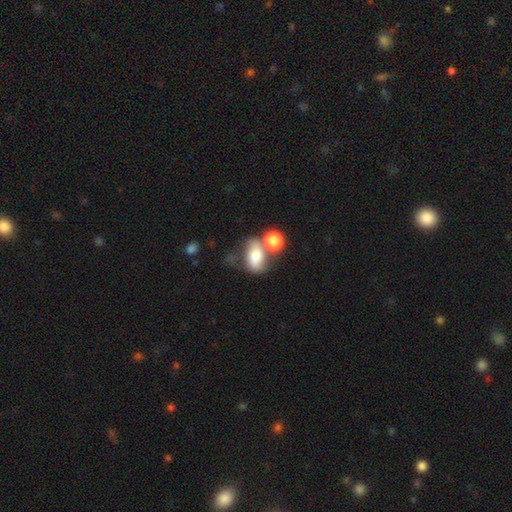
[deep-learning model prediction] Morphology: type=smooth (62%); roundness=in between (79%); merging=merger (42%).